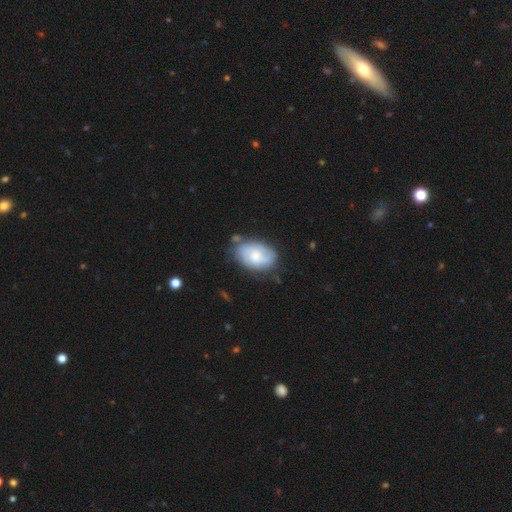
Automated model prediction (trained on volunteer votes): This is likely a featured or disk galaxy (61%). It is clearly not viewed edge-on (97%). Bar: likely no (65%). Spiral arm pattern: clearly yes (87%). Spiral arm count: possibly 2 (49%). Spiral winding: possibly tight (46%). Central bulge: marginally moderate (43%). Merging: likely none (64%).